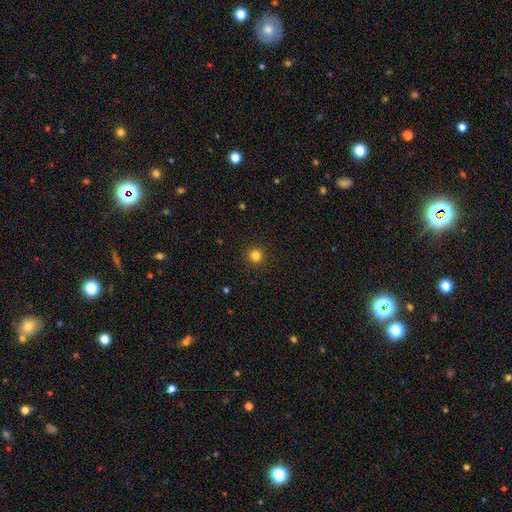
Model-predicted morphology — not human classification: Q: Smooth or featured?
A: smooth (82%); runner-up: star or artifact (13%)
Q: How rounded?
A: round (95%); runner-up: in between (4%)
Q: Merging?
A: none (92%); runner-up: minor disturbance (5%)